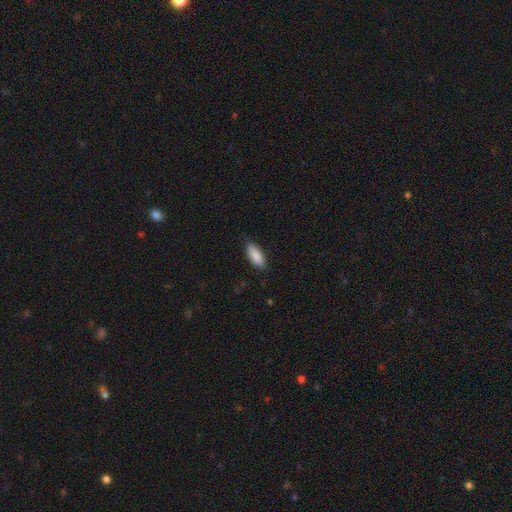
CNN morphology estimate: smooth 89%, star or artifact 6%, featured or disk 5%. Down the decision tree: how rounded — in between (81%); merging — none (81%).